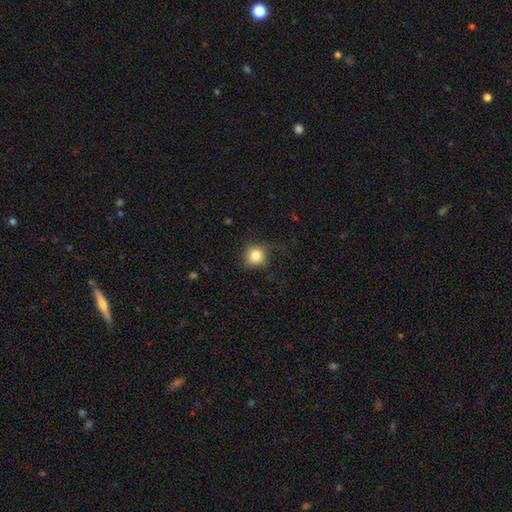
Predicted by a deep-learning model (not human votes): Smooth or featured: smooth — 82% (star or artifact — 11%)
How rounded: round — 87% (in between — 12%)
Merging: none — 72% (minor disturbance — 19%)